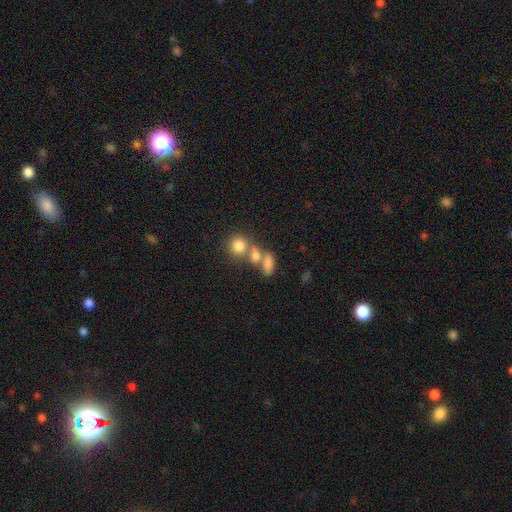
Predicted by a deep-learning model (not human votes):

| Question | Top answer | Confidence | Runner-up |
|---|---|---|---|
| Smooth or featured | smooth | 77% | star or artifact (12%) |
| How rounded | in between | 52% | round (43%) |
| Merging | merger | 45% | none (39%) |